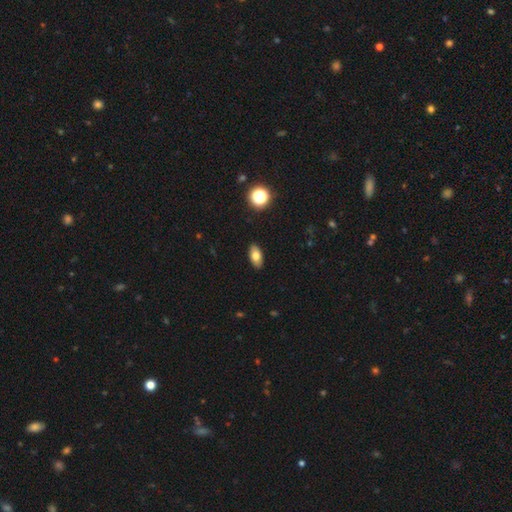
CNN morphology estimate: Smooth or featured? Predicted: smooth (p=0.75). How rounded? Predicted: in between (p=0.90). Merging? Predicted: none (p=0.89).